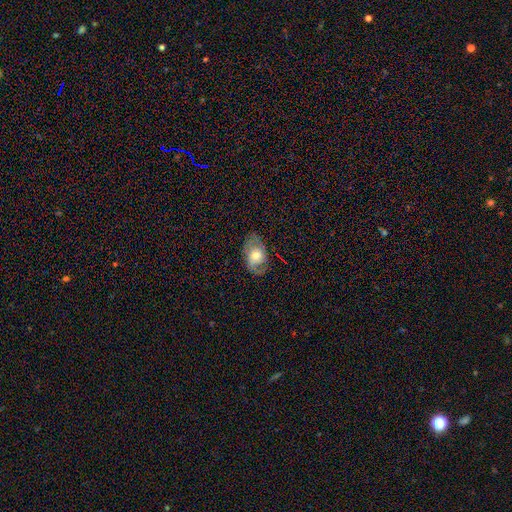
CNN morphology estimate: smooth_or_featured: smooth (p=0.48) [alt: featured or disk p=0.44]
merging: none (p=0.73) [alt: minor disturbance p=0.19]